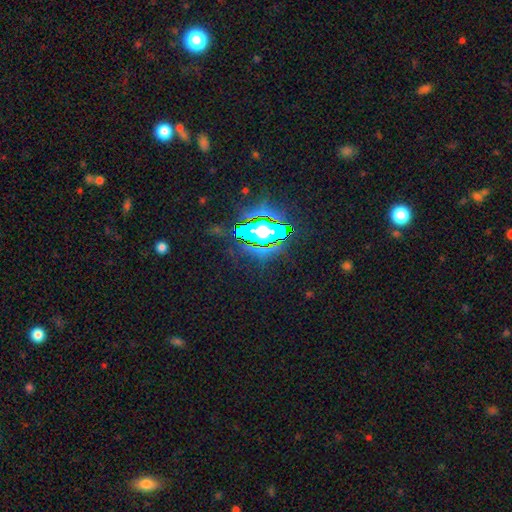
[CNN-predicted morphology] Smooth or featured: star or artifact — 83% (smooth — 10%)